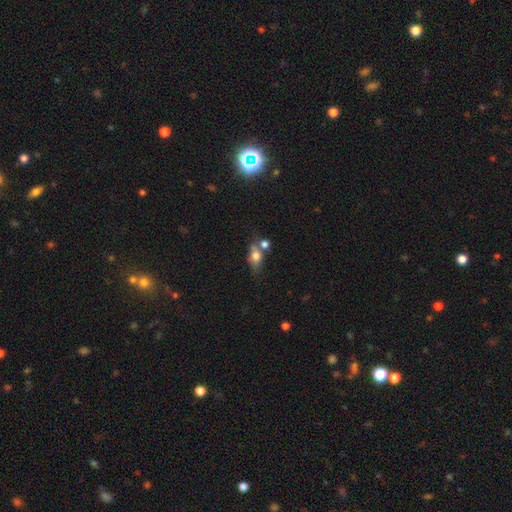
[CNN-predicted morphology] A smooth galaxy with no disk features (65%) that is in between round and cigar-shaped (68%). Merging: none (43%).